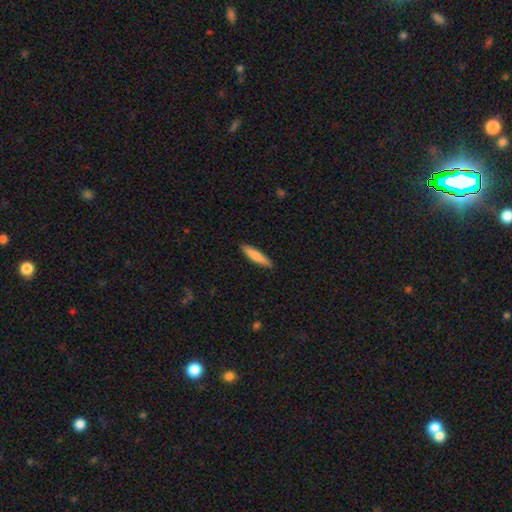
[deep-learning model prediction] A smooth galaxy with no disk features (78%) that is cigar-shaped (84%). Merging: none (89%).